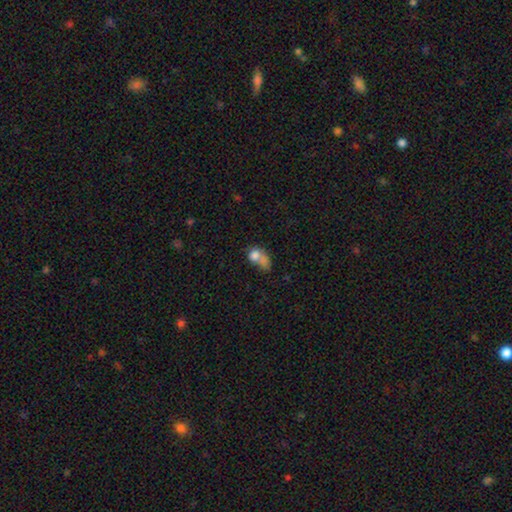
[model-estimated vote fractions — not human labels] The model was most divided on "how rounded": in between: 60%, round: 38%, cigar-shaped: 2%. Remaining: smooth or featured — smooth (72%); merging — merger (43%).